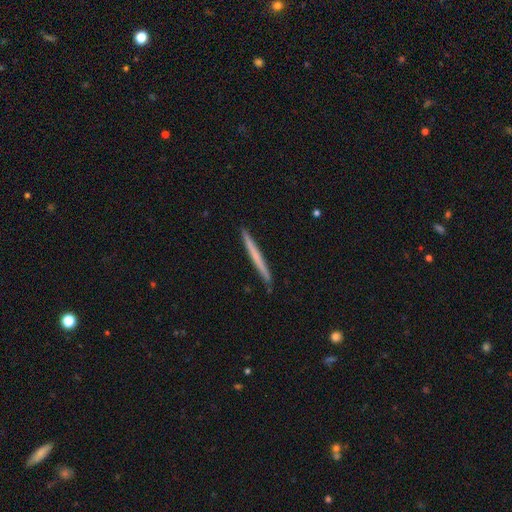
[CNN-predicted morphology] Q: Smooth or featured?
A: smooth (55%); runner-up: featured or disk (40%)
Q: How rounded?
A: cigar-shaped (98%); runner-up: in between (1%)
Q: Merging?
A: none (92%); runner-up: minor disturbance (6%)